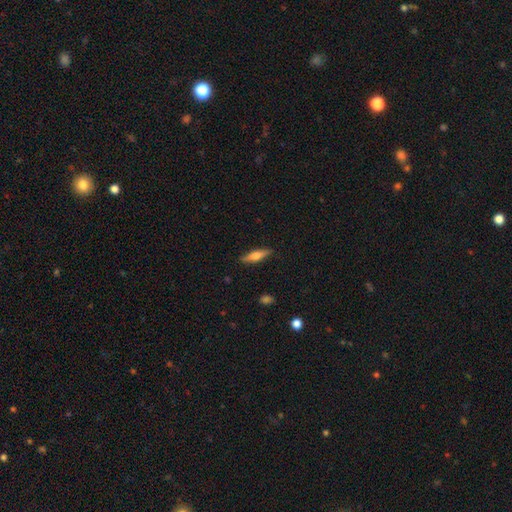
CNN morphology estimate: Smooth or featured: smooth — 58% (featured or disk — 36%)
How rounded: cigar-shaped — 68% (in between — 30%)
Merging: none — 86% (minor disturbance — 10%)